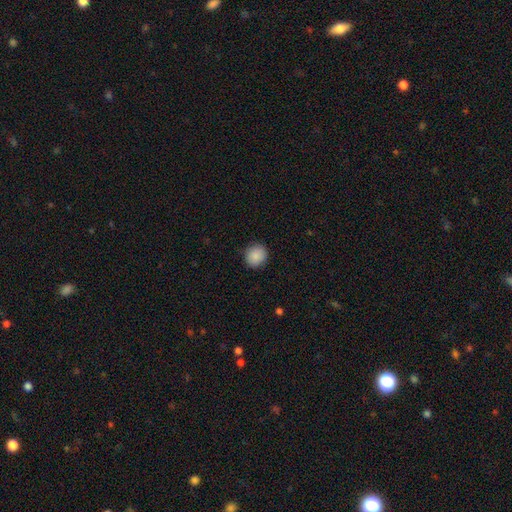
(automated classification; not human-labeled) Smooth or featured? Predicted: smooth (p=0.89). How rounded? Predicted: round (p=0.85). Merging? Predicted: none (p=0.89).